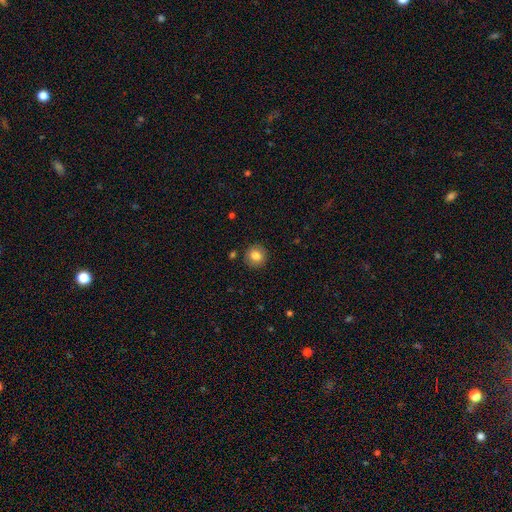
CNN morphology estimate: This is clearly a smooth galaxy (81%). How rounded: clearly round (91%). Merging: clearly none (89%).